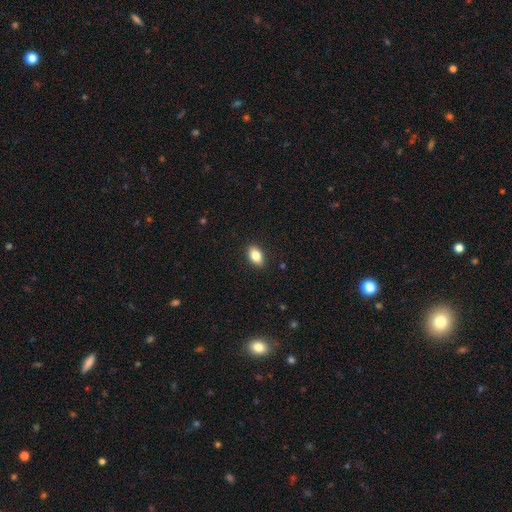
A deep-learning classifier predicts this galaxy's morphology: Overall: smooth (83%). How rounded: in between (89%). Merging: none (89%).